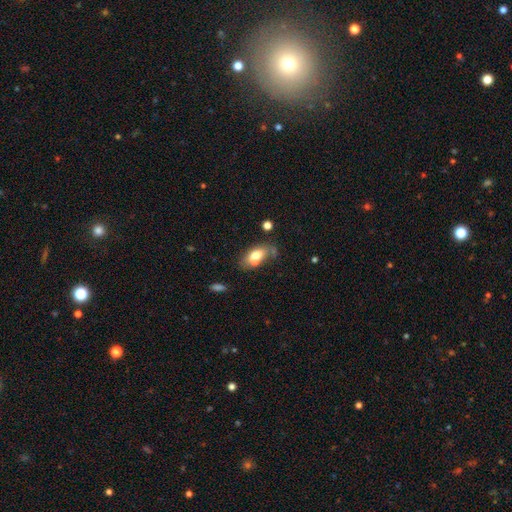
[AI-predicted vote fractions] This is likely a smooth galaxy (70%). How rounded: clearly in between (86%). Merging: marginally none (40%).